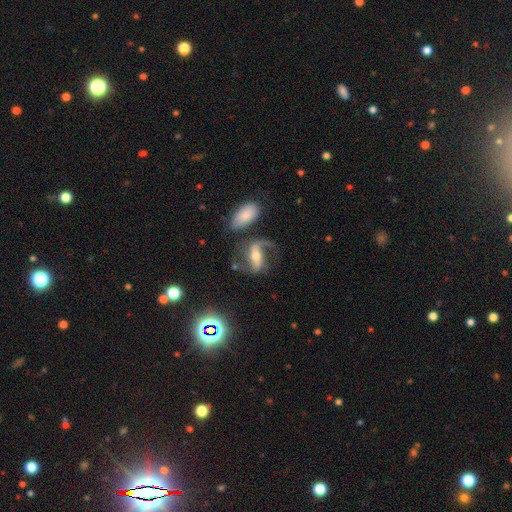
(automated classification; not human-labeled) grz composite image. It shows a featured or disk galaxy (79%) with a strong bar (54%), 2 (77%) loose (60%) spiral arms (91%) and a moderate central bulge (60%). Merging: none (55%).